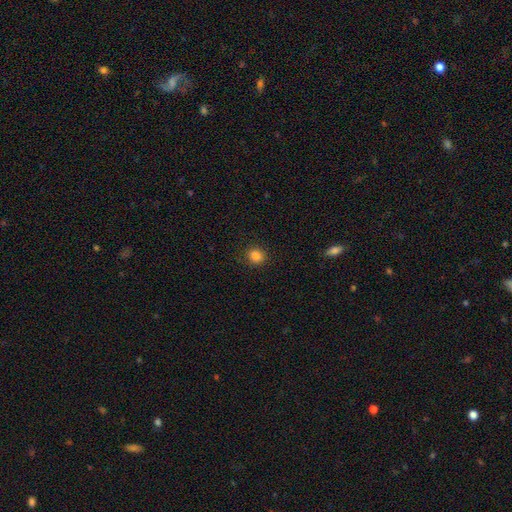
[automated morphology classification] Smooth or featured?
  - smooth: 85% *
  - star or artifact: 11%
  - featured or disk: 4%
How rounded?
  - round: 84% *
  - in between: 15%
  - cigar-shaped: 1%
Merging?
  - none: 89% *
  - minor disturbance: 7%
  - major disturbance: 2%
  - merger: 1%